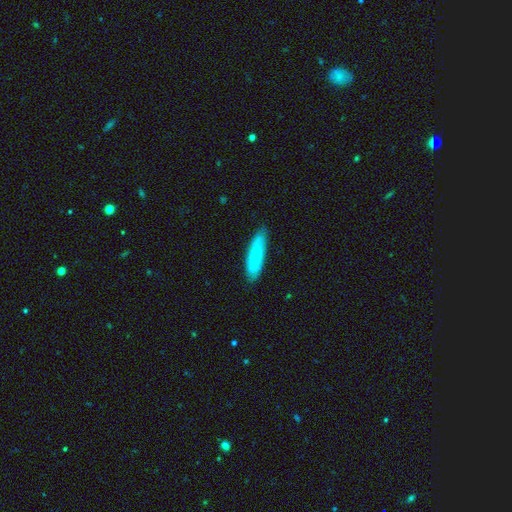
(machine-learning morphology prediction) smooth 66%, featured or disk 27%, star or artifact 6%. Down the decision tree: how rounded — cigar-shaped (59%); merging — none (79%).